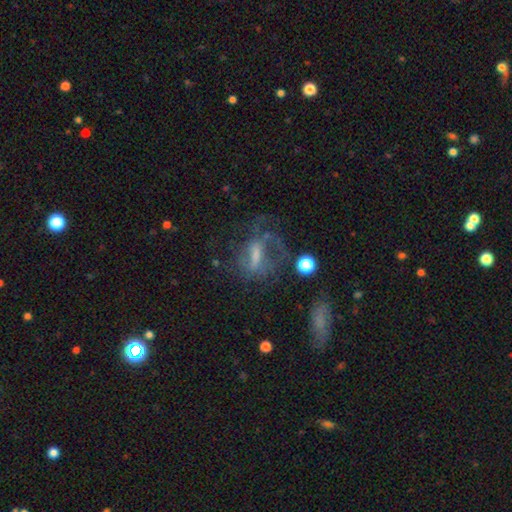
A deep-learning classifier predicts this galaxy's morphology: type=featured or disk (58%); edge-on=no (90%); bar=strong (37%, tied with weak); spiral arms=yes (58%); bulge=none (32%); merging=major disturbance (38%, tied with none).